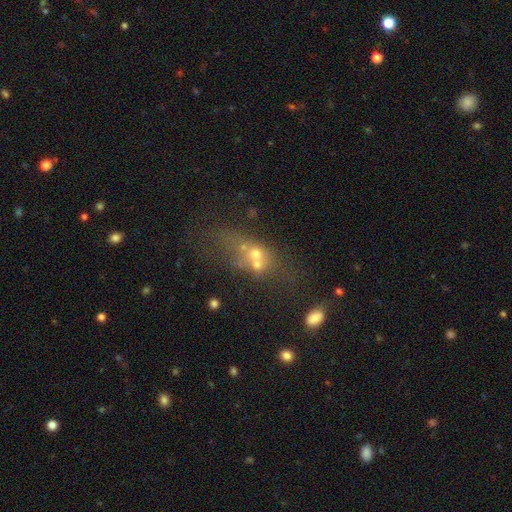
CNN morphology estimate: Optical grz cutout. It shows a smooth galaxy with no disk features (42%). Merging: merger (50%).